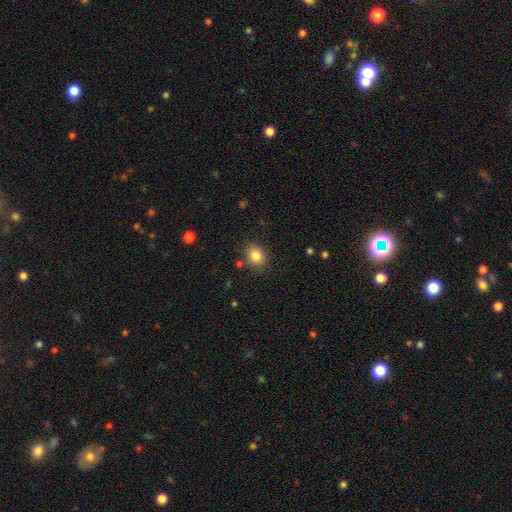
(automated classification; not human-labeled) This is clearly a smooth galaxy (84%). How rounded: likely round (61%). Merging: clearly none (83%).